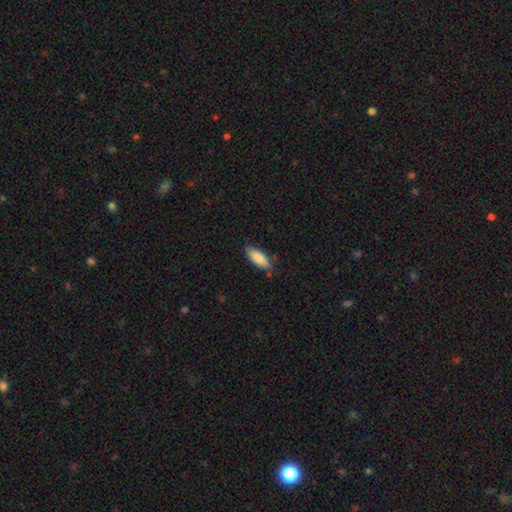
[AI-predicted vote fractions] Smooth or featured? smooth (87%)
How rounded? in between (77%)
Merging? none (76%)